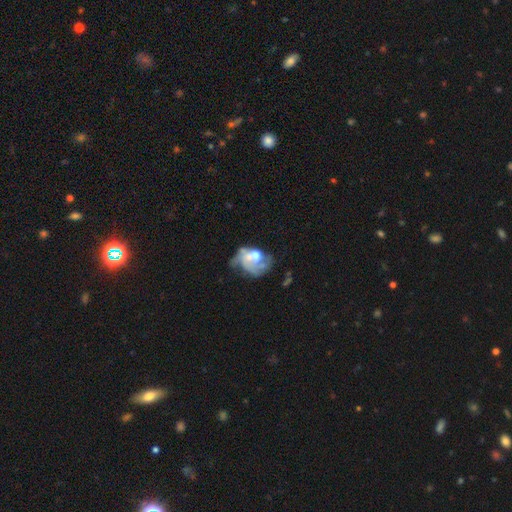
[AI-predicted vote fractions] A featured or disk galaxy (63%) with no bar (79%), no spiral arms (50%, tied with yes) and a moderate central bulge (49%).

Vote fractions:
- Smooth or featured? featured or disk: 63% / smooth: 28% / star or artifact: 9%
- Edge-on disk? no: 98% / yes: 2%
- Bar? no: 79% / weak: 17% / strong: 4%
- Spiral arms? no: 50% (tied) / yes: 50% (tied)
- Bulge size? moderate: 49% / small: 19% / none: 15% / large: 15% / dominant: 2%
- Merging? major disturbance: 38% / none: 25% / minor disturbance: 19% / merger: 17%